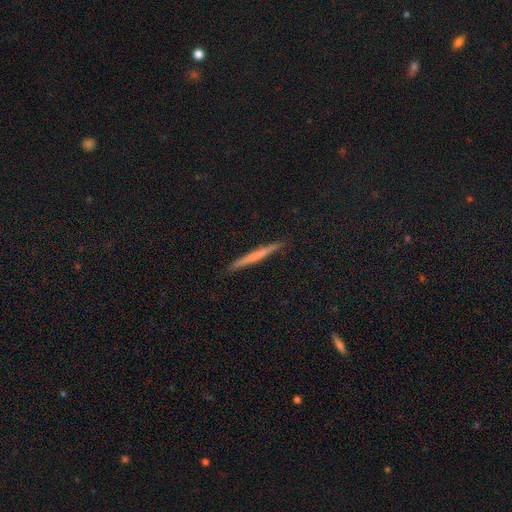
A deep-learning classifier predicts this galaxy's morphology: smooth_or_featured: smooth (p=0.51) [alt: featured or disk p=0.42]
how_rounded: cigar-shaped (p=0.97) [alt: in between p=0.02]
merging: none (p=0.92) [alt: minor disturbance p=0.06]